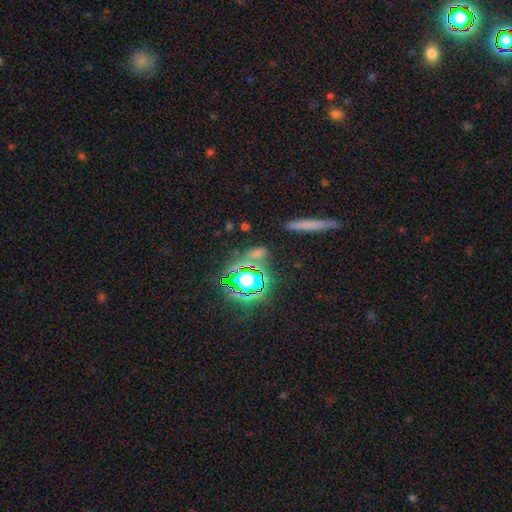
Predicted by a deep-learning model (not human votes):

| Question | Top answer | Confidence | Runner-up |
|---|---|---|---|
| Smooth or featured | star or artifact | 62% | smooth (25%) |